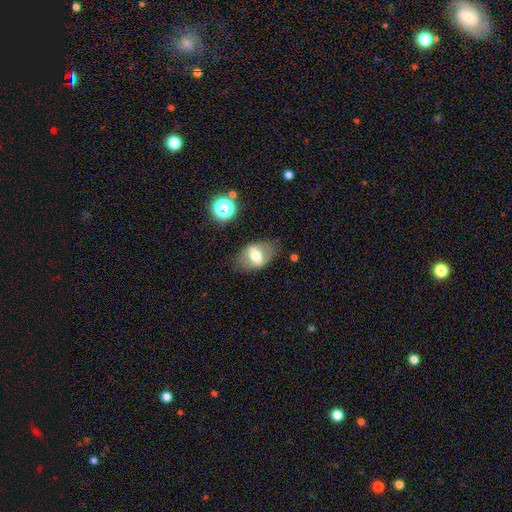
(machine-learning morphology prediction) Smooth or featured: smooth — 49% (featured or disk — 41%)
Merging: none — 73% (minor disturbance — 17%)